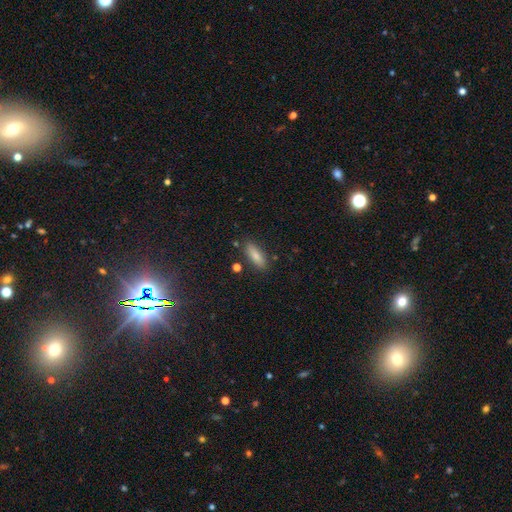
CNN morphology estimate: Q: Smooth or featured?
A: smooth (82%); runner-up: featured or disk (10%)
Q: How rounded?
A: in between (63%); runner-up: cigar-shaped (35%)
Q: Merging?
A: none (83%); runner-up: minor disturbance (11%)